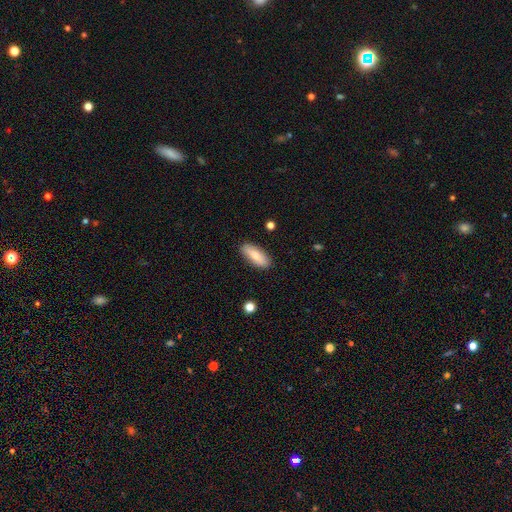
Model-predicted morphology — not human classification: This is likely a smooth galaxy (77%). How rounded: likely in between (70%). Merging: clearly none (86%).